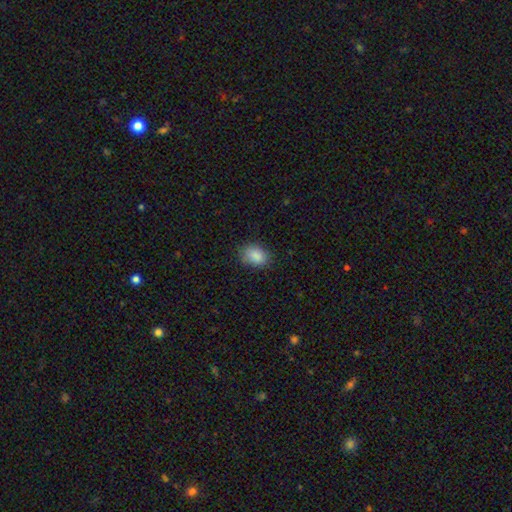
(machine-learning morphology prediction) This is clearly a smooth galaxy (88%). How rounded: likely in between (78%). Merging: clearly none (81%).